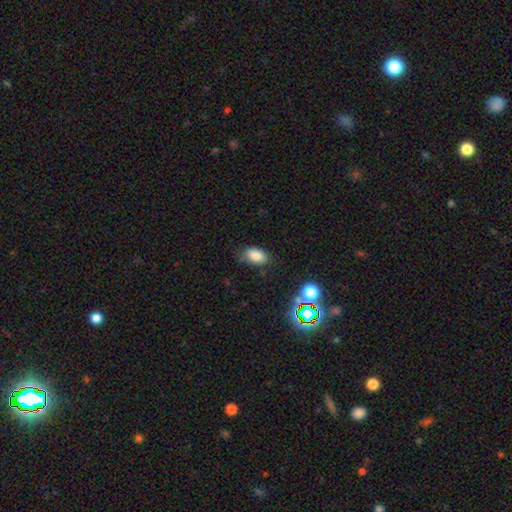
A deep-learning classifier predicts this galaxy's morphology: Smooth or featured? Predicted: smooth (p=0.82). How rounded? Predicted: in between (p=0.90). Merging? Predicted: none (p=0.69).